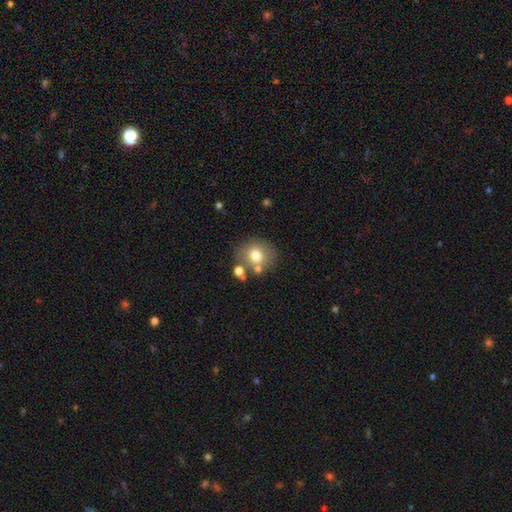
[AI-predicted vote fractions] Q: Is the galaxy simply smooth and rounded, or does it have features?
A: smooth — 73%.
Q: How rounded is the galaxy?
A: round — 76%.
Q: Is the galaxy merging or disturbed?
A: none — 69%.